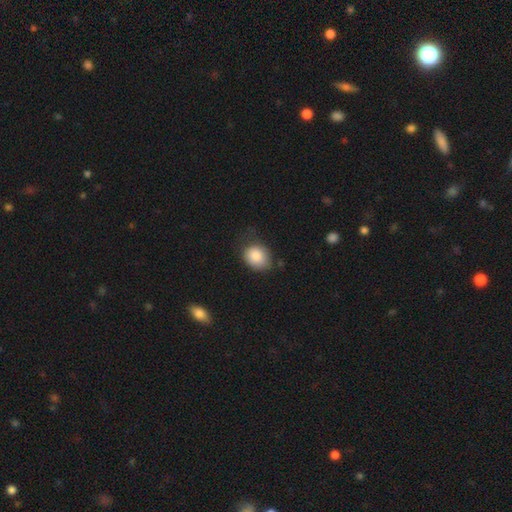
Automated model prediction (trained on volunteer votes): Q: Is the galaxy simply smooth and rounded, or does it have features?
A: smooth — 85%.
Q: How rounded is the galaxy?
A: round — 54%.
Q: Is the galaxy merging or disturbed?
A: none — 57%.